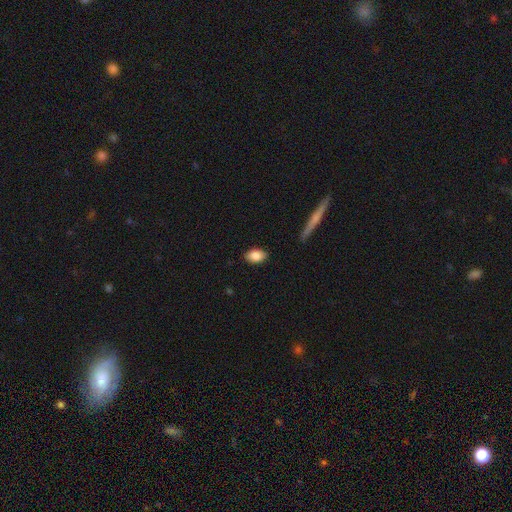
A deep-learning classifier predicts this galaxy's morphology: type=smooth (87%); roundness=in between (90%); merging=none (86%).